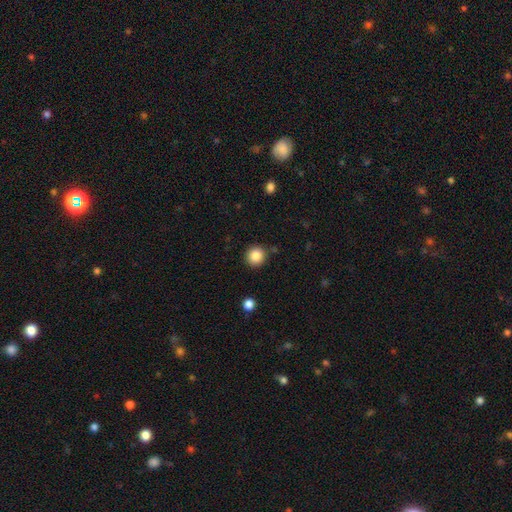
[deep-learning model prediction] This is clearly a smooth galaxy (86%). How rounded: clearly round (94%). Merging: clearly none (88%).